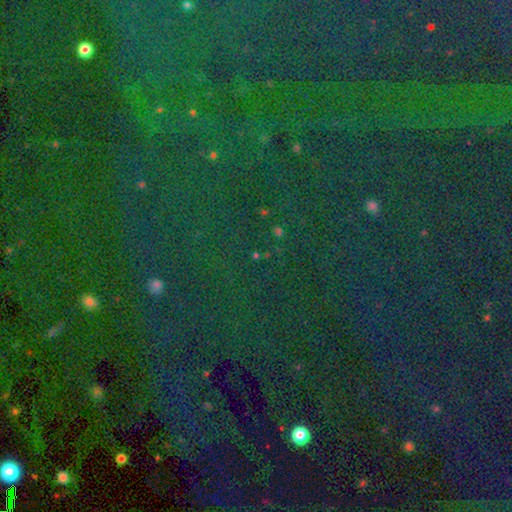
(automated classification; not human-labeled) This is likely a star or artifact rather than a galaxy (74%).